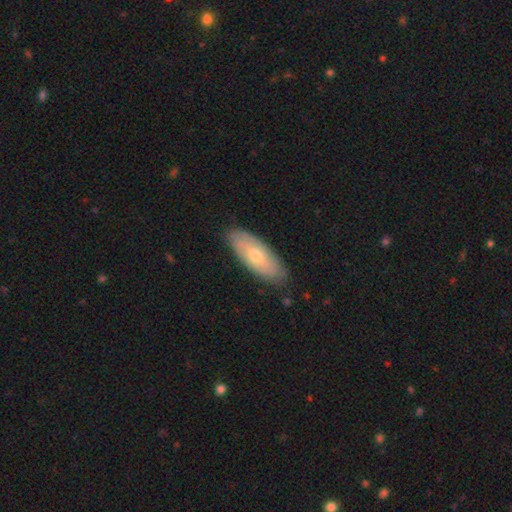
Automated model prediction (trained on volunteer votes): Morphology: type=smooth (50%); roundness=in between (78%); merging=none (84%).